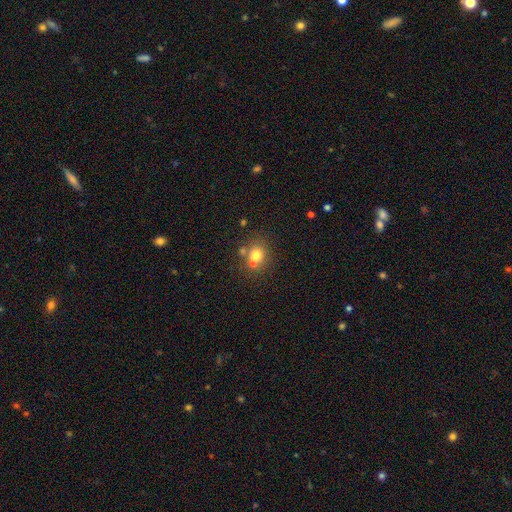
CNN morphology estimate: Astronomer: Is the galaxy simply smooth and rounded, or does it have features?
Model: smooth — 74%.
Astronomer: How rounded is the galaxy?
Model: round — 75%.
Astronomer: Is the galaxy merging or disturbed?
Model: none — 53% (runner-up: merger, 32%).